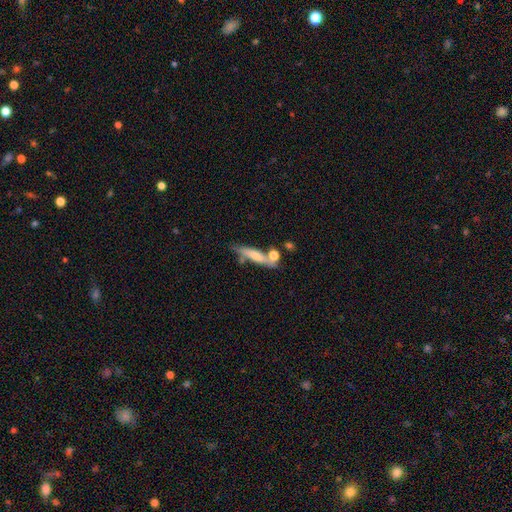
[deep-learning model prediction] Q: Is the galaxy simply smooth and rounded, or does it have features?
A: smooth — 58%.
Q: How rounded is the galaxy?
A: cigar-shaped — 76%.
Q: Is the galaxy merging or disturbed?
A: none — 54%.